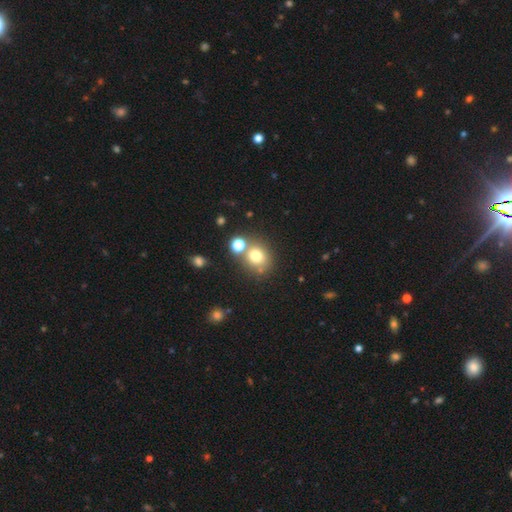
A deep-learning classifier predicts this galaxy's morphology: A smooth galaxy with no disk features (73%) that is round (79%).

Vote fractions:
- Smooth or featured? smooth: 73% / star or artifact: 16% / featured or disk: 11%
- How rounded? round: 79% / in between: 20% / cigar-shaped: 1%
- Merging? none: 65% / merger: 21% / minor disturbance: 10% / major disturbance: 4%